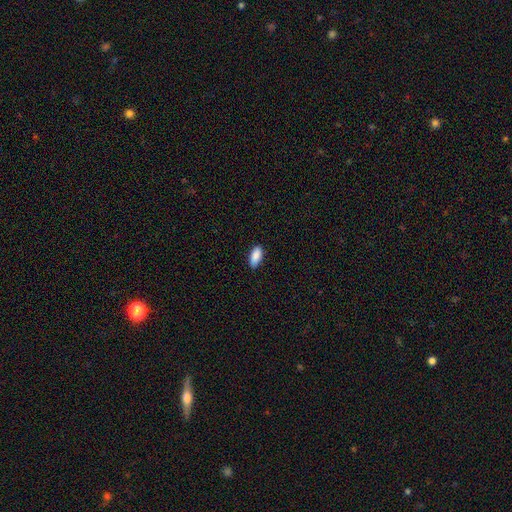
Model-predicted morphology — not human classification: Overall: smooth (89%). How rounded: in between (87%). Merging: none (86%).